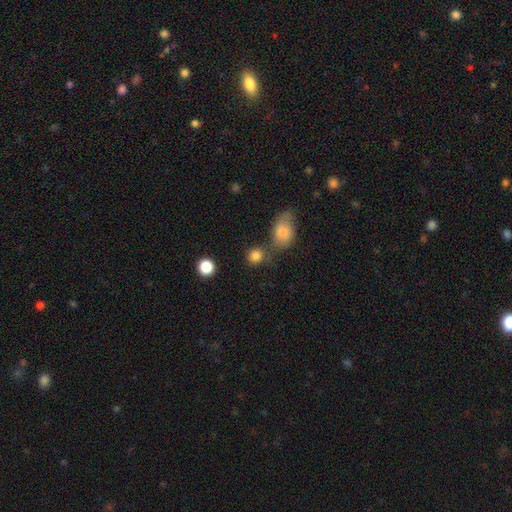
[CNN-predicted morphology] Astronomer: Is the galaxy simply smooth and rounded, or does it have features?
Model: smooth — 84%.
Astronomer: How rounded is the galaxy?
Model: round — 80%.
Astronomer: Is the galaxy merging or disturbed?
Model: none — 64%.